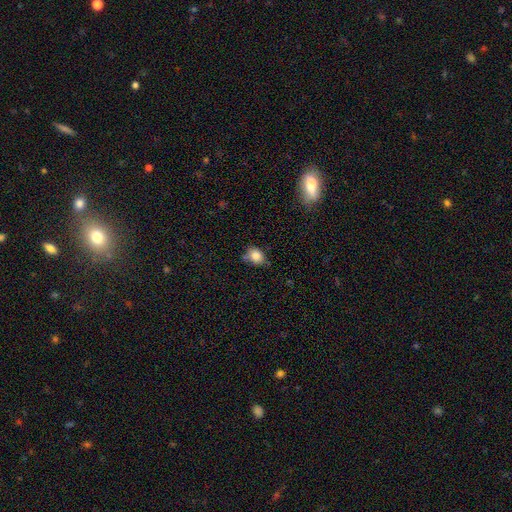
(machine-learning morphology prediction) A smooth galaxy with no disk features (81%) that is in between round and cigar-shaped (54%). Merging: none (55%).